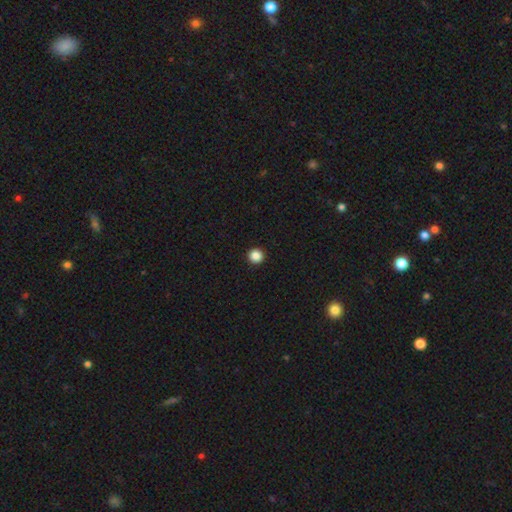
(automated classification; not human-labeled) Q: Smooth or featured?
A: smooth (86%); runner-up: star or artifact (11%)
Q: How rounded?
A: round (95%); runner-up: in between (4%)
Q: Merging?
A: none (94%); runner-up: minor disturbance (3%)